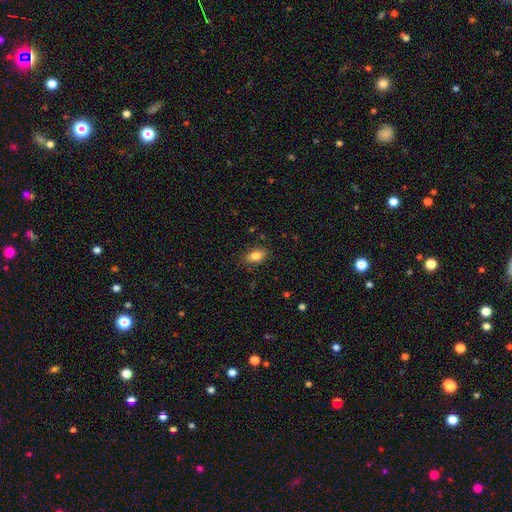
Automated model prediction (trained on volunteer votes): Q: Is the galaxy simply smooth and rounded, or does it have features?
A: smooth — 81%.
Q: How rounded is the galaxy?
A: in between — 87%.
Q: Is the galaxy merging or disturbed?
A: none — 83%.